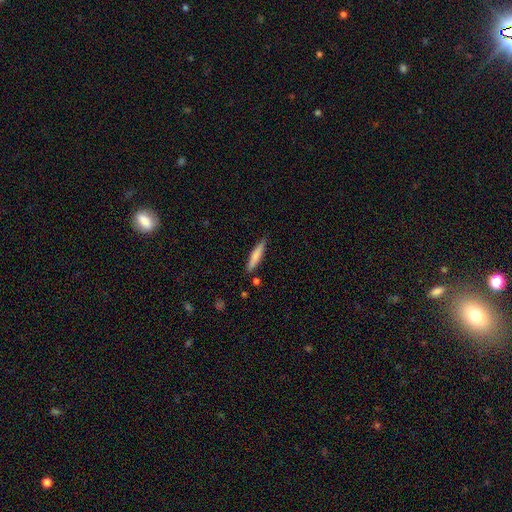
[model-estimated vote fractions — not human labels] This appears to be a smooth galaxy with no disk features (75%) that is cigar-shaped (88%). Merging: none (85%).